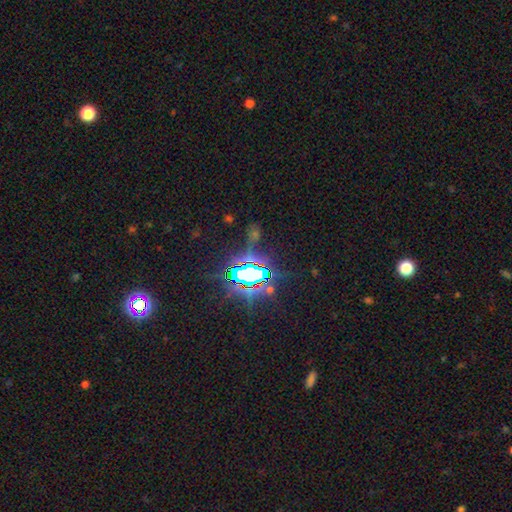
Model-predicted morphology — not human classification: A star or artifact, not a galaxy (84%).

Vote fractions:
- Smooth or featured? star or artifact: 84% / smooth: 9% / featured or disk: 6%